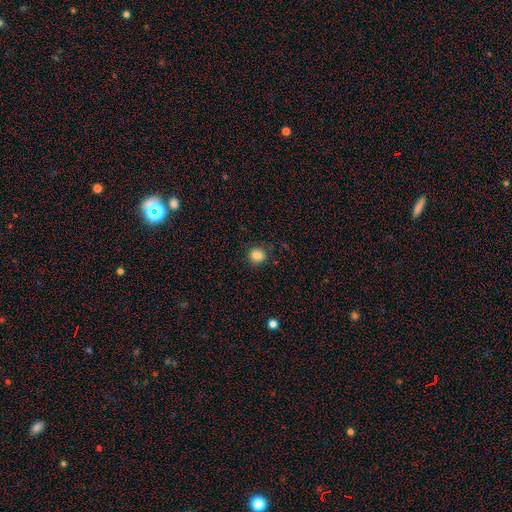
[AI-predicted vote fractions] This appears to be a smooth galaxy with no disk features (85%) that is round (83%). Merging: none (86%).